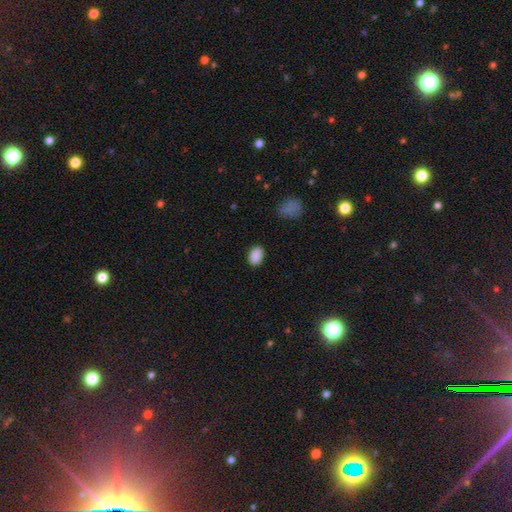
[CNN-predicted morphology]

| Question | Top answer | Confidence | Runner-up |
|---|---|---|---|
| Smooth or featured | smooth | 89% | star or artifact (9%) |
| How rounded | in between | 81% | round (17%) |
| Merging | none | 86% | minor disturbance (10%) |